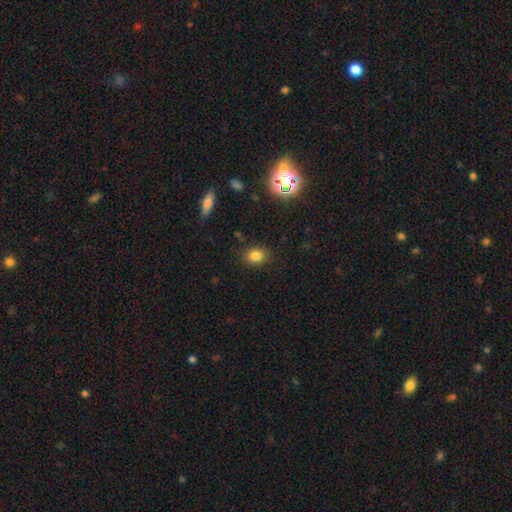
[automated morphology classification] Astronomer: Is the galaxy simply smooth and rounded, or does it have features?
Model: smooth — 81%.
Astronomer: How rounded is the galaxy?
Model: round — 53% (runner-up: in between, 46%).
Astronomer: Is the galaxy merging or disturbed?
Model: none — 85%.